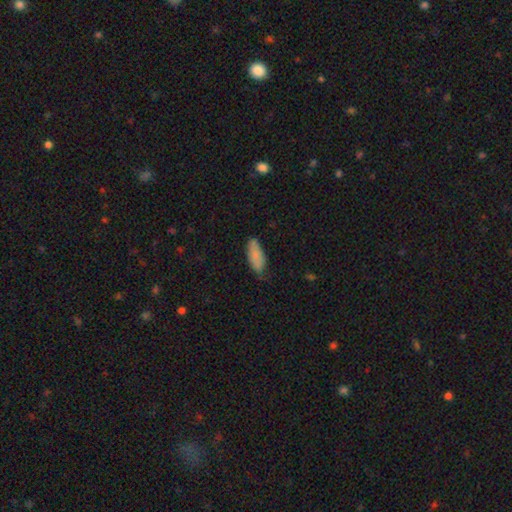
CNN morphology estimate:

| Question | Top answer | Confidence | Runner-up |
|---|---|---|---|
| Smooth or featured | smooth | 85% | featured or disk (8%) |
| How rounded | in between | 76% | cigar-shaped (22%) |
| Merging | none | 63% | minor disturbance (30%) |